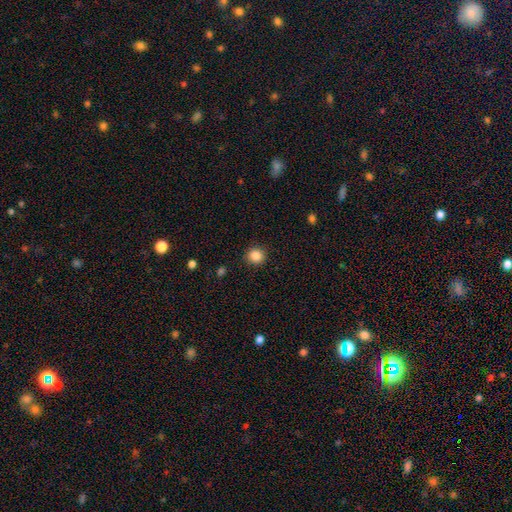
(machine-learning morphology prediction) smooth 86%, star or artifact 10%, featured or disk 4%. Down the decision tree: how rounded — round (90%); merging — none (90%).